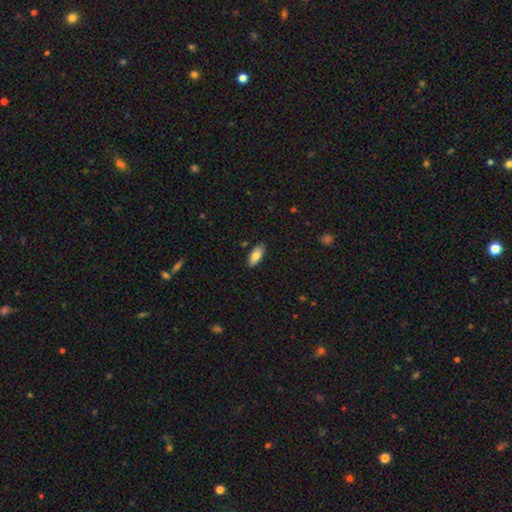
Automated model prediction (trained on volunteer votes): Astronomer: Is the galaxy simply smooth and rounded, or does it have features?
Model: smooth — 80%.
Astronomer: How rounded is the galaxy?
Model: in between — 84%.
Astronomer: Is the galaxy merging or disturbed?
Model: none — 85%.